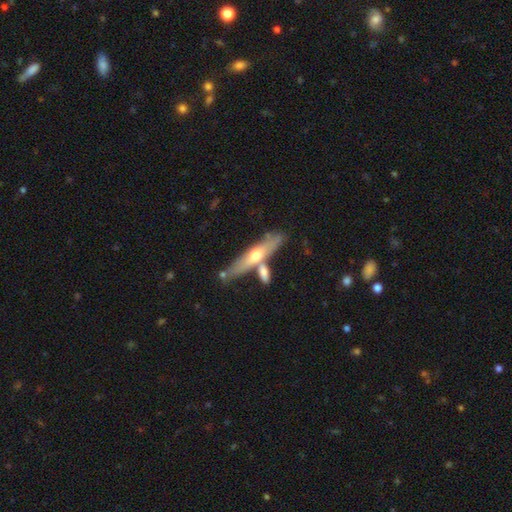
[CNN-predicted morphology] Overall: featured or disk (51%; smooth 43%). Edge-on disk: yes (85%). Merging: none (66%).